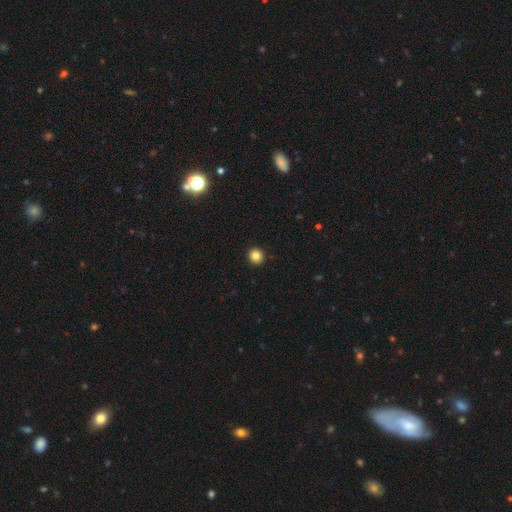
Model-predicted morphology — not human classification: The model was most divided on "smooth or featured": smooth: 84%, star or artifact: 11%, featured or disk: 5%. More confident: merging — none (94%); how rounded — round (92%).